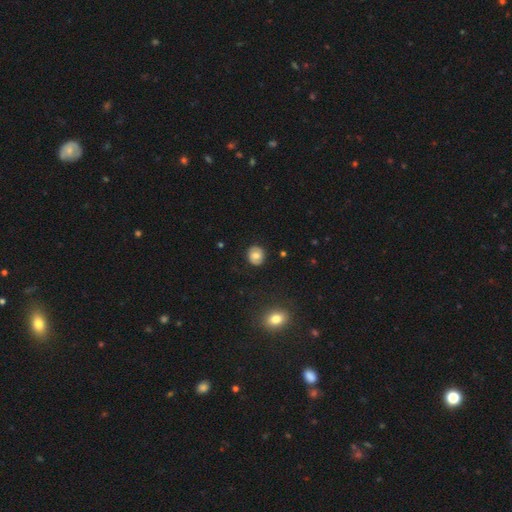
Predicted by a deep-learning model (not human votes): Q: Smooth or featured?
A: smooth (60%); runner-up: featured or disk (31%)
Q: How rounded?
A: round (76%); runner-up: in between (23%)
Q: Merging?
A: none (86%); runner-up: minor disturbance (10%)